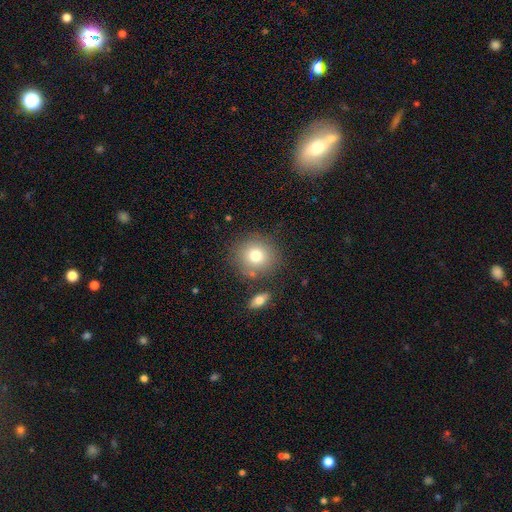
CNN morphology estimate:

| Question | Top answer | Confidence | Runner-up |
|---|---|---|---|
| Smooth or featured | smooth | 77% | featured or disk (12%) |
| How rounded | round | 88% | in between (11%) |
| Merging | none | 78% | minor disturbance (10%) |